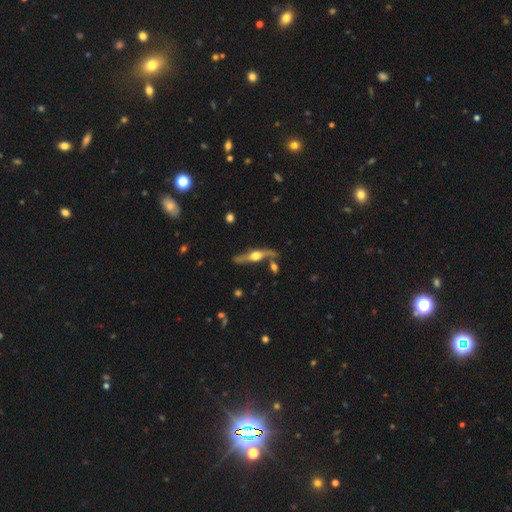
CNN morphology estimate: Smooth or featured? Predicted: featured or disk (p=0.76). Edge-on disk? Predicted: yes (p=0.91). Edge-on bulge? Predicted: rounded (p=0.95). Merging? Predicted: none (p=0.69).